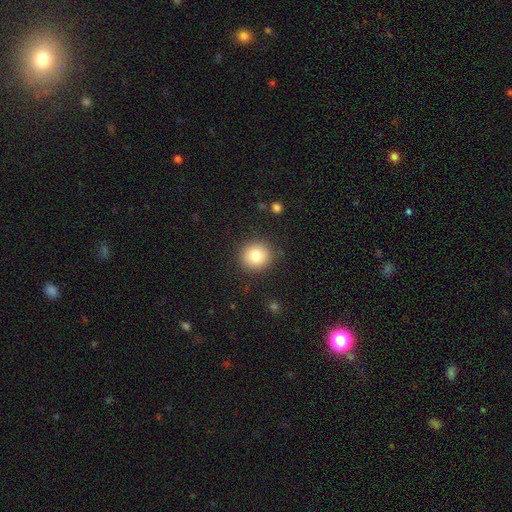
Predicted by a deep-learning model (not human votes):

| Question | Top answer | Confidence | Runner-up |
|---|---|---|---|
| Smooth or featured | smooth | 82% | star or artifact (10%) |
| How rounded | round | 89% | in between (10%) |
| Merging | none | 88% | minor disturbance (8%) |